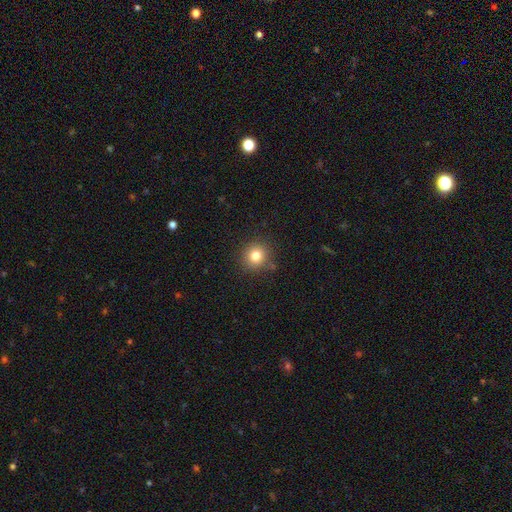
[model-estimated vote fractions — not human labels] The model was most divided on "smooth or featured": smooth: 80%, star or artifact: 13%, featured or disk: 7%. More confident: how rounded — round (93%); merging — none (87%).